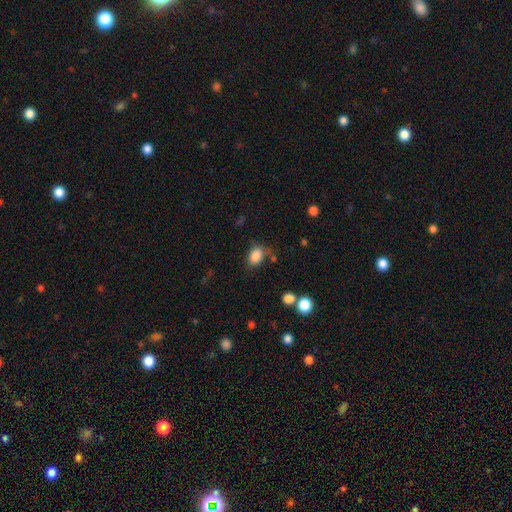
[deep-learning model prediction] This appears to be a smooth galaxy with no disk features (85%) that is in between round and cigar-shaped (72%). Merging: none (67%).